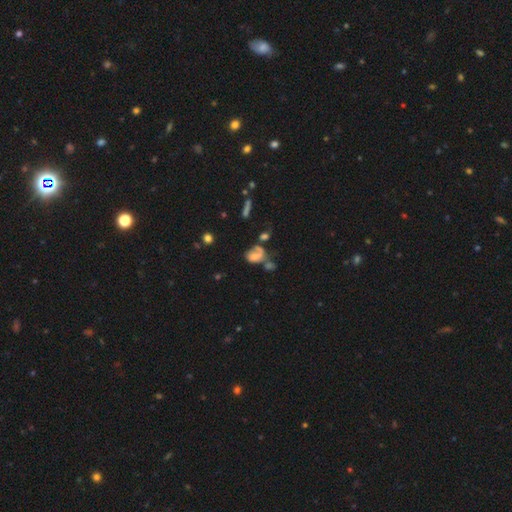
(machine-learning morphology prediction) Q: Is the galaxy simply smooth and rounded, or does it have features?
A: smooth — 45%.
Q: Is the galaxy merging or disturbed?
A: merger — 31%.